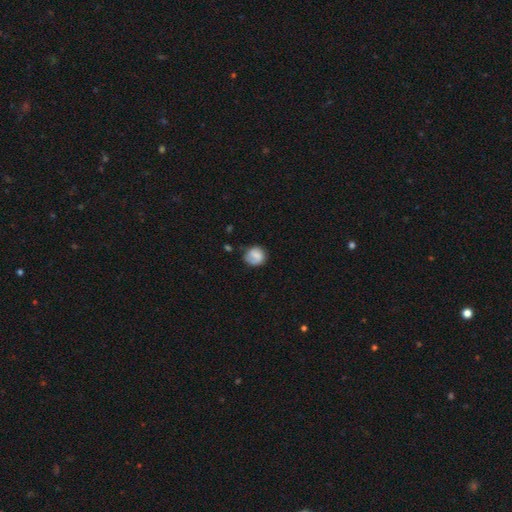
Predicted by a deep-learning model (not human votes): Smooth or featured? smooth (71%)
How rounded? round (77%)
Merging? none (62%)